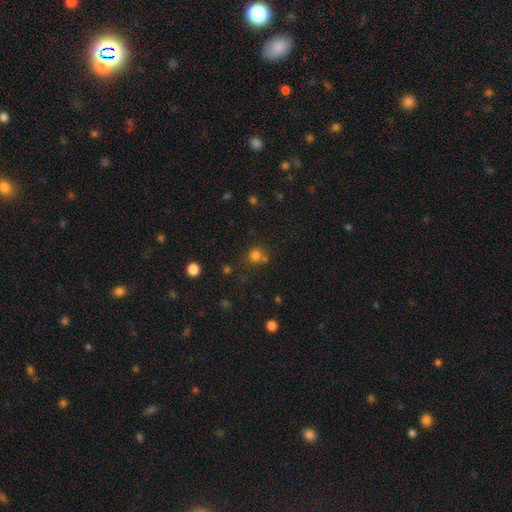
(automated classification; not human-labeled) A smooth galaxy with no disk features (76%) that is round (87%).

Vote fractions:
- Smooth or featured? smooth: 76% / star or artifact: 17% / featured or disk: 7%
- How rounded? round: 87% / in between: 12% / cigar-shaped: 1%
- Merging? none: 62% / merger: 22% / minor disturbance: 11% / major disturbance: 4%